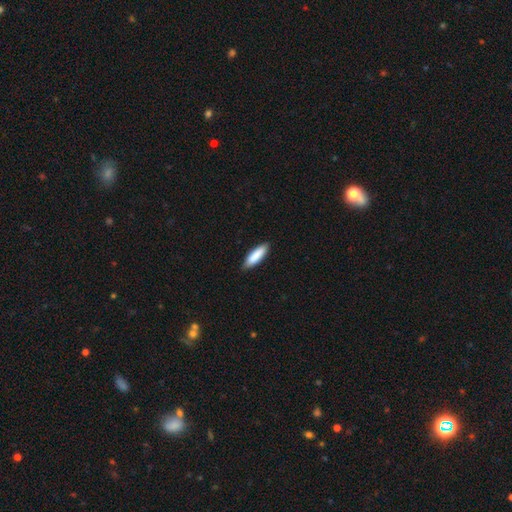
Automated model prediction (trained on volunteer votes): This appears to be a smooth galaxy with no disk features (87%) that is cigar-shaped (56%). Merging: none (86%).